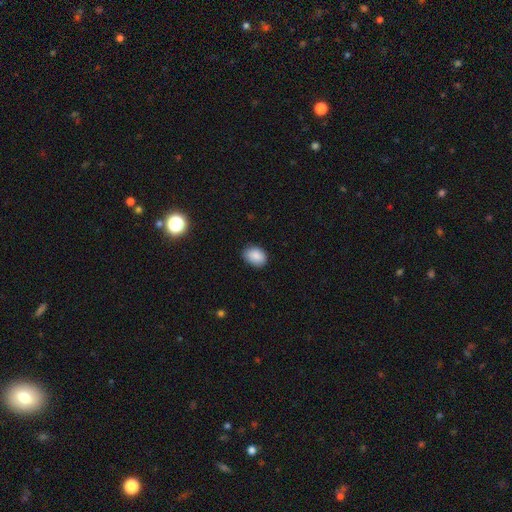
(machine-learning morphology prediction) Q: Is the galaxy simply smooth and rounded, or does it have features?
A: smooth — 88%.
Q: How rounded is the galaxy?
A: in between — 68%.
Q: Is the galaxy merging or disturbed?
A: none — 82%.